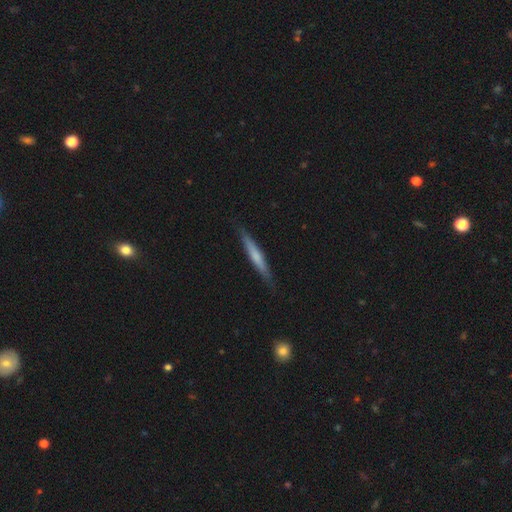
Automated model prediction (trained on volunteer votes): Smooth or featured: smooth — 54% (featured or disk — 40%)
How rounded: cigar-shaped — 95% (in between — 4%)
Merging: none — 88% (minor disturbance — 9%)